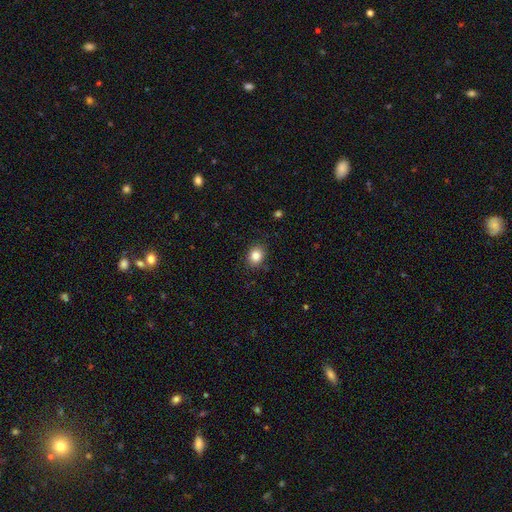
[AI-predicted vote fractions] Smooth or featured?
  - smooth: 85% *
  - star or artifact: 10%
  - featured or disk: 6%
How rounded?
  - round: 56% *
  - in between: 43%
  - cigar-shaped: 1%
Merging?
  - none: 87% *
  - minor disturbance: 10%
  - major disturbance: 2%
  - merger: 1%